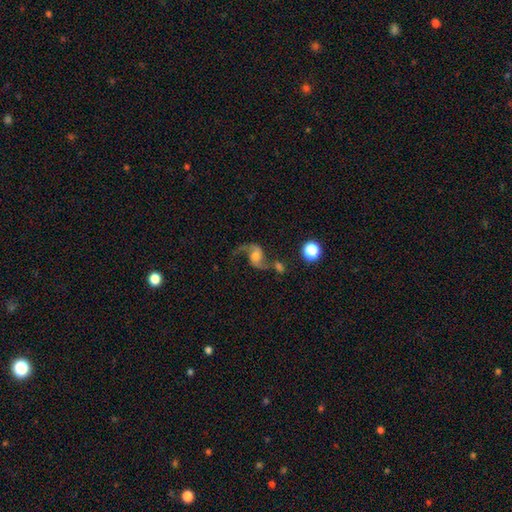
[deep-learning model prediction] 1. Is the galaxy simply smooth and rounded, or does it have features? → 82% featured or disk, 10% smooth, 8% star or artifact.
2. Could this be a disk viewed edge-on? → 98% no, 2% yes.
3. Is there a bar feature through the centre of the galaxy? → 59% no, 32% weak, 9% strong.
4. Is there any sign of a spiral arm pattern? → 95% yes, 5% no.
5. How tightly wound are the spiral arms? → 79% loose, 17% medium, 4% tight.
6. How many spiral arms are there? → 88% 2, 7% 1, 2% can't tell, 1% 3, 1% 4, 1% more than 4.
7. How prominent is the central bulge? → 49% moderate, 25% small, 16% large, 7% none, 3% dominant.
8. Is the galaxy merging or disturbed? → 51% none, 17% merger, 16% major disturbance, 16% minor disturbance.